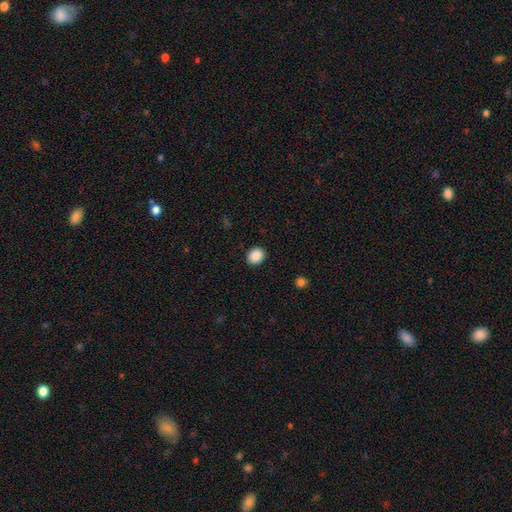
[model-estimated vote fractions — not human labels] A smooth galaxy with no disk features (89%) that is round (61%). Merging: none (91%).